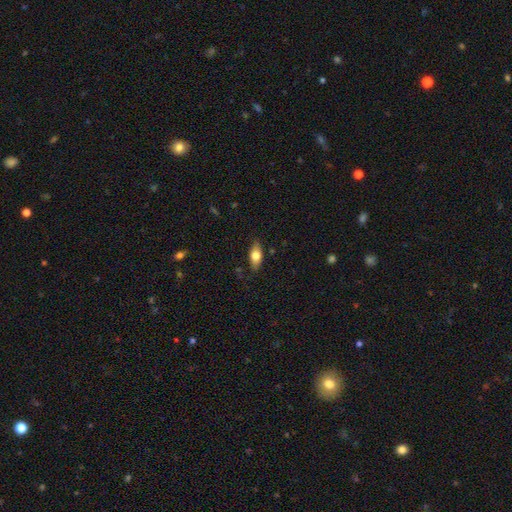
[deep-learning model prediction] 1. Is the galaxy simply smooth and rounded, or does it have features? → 69% smooth, 24% featured or disk, 7% star or artifact.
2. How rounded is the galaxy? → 80% in between, 16% cigar-shaped, 4% round.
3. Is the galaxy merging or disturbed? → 84% none, 12% minor disturbance, 3% major disturbance, 1% merger.